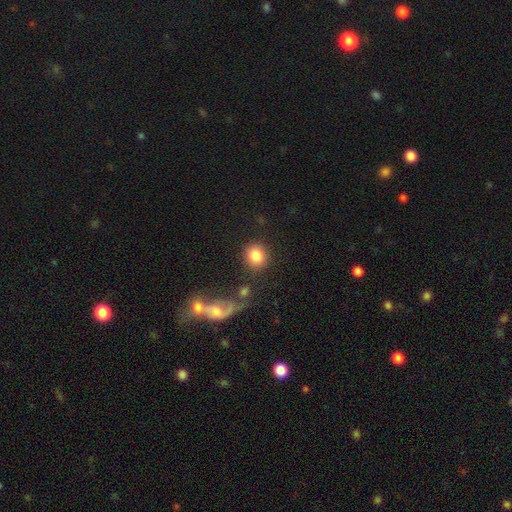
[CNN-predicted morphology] The model was most divided on "how rounded": round: 78%, in between: 21%, cigar-shaped: 1%. More confident: smooth or featured — smooth (85%); merging — none (77%).